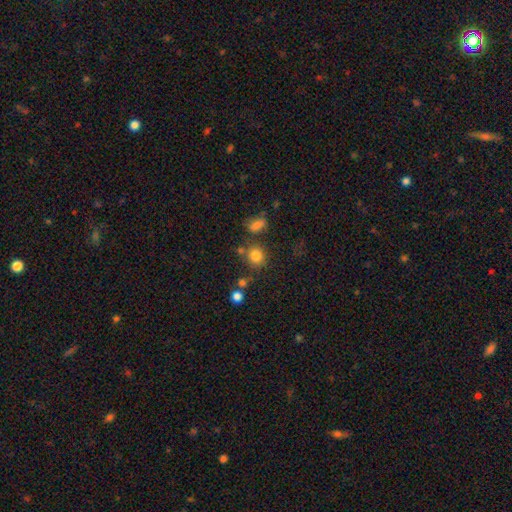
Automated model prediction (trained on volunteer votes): The model was most divided on "merging": none: 73%, merger: 12%, minor disturbance: 11%, major disturbance: 4%. More confident: how rounded — round (82%); smooth or featured — smooth (81%).